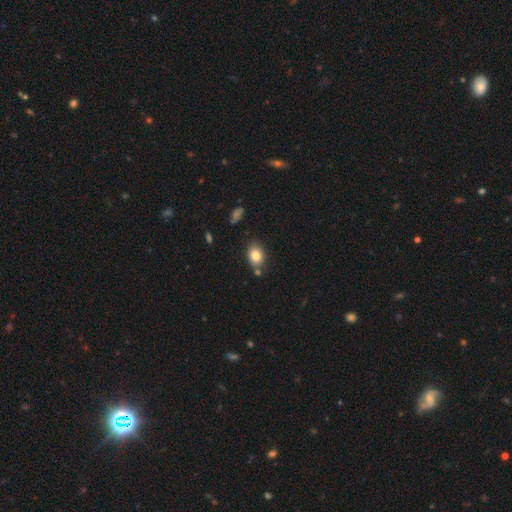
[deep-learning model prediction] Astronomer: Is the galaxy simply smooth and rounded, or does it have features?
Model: smooth — 81%.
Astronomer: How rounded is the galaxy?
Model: in between — 62% (runner-up: round, 37%).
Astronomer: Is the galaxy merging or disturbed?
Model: none — 77%.